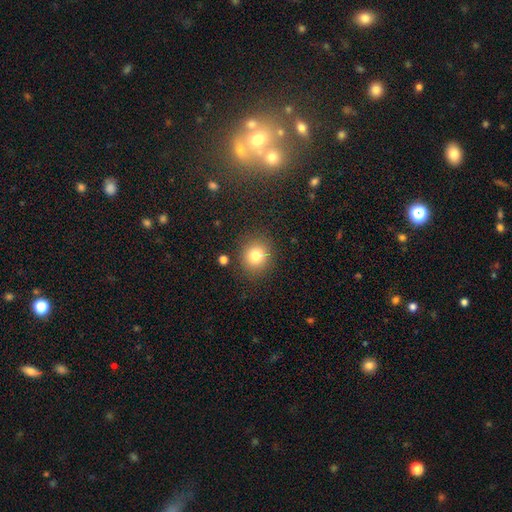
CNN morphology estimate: A smooth galaxy with no disk features (79%) that is round (82%). Merging: none (86%).